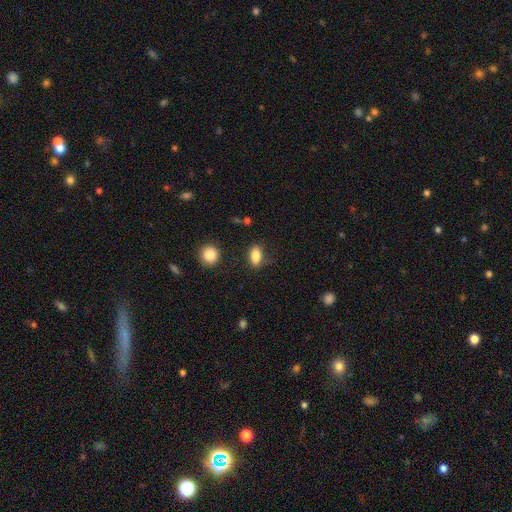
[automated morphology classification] Q: Smooth or featured?
A: smooth (84%); runner-up: star or artifact (8%)
Q: How rounded?
A: in between (85%); runner-up: round (8%)
Q: Merging?
A: none (78%); runner-up: minor disturbance (15%)